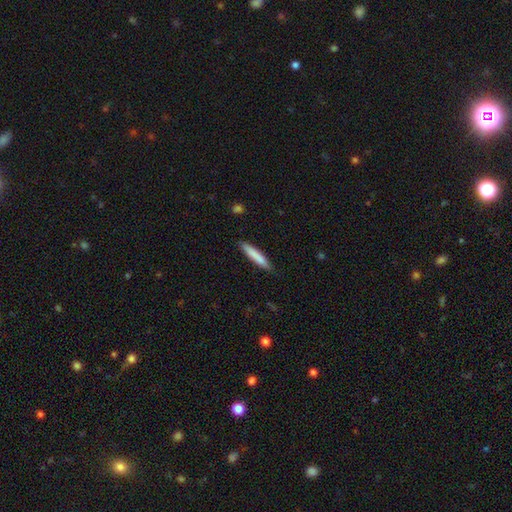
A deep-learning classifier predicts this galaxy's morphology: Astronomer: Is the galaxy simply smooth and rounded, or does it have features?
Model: smooth — 80%.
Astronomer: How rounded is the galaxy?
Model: cigar-shaped — 92%.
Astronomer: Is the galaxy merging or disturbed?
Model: none — 86%.